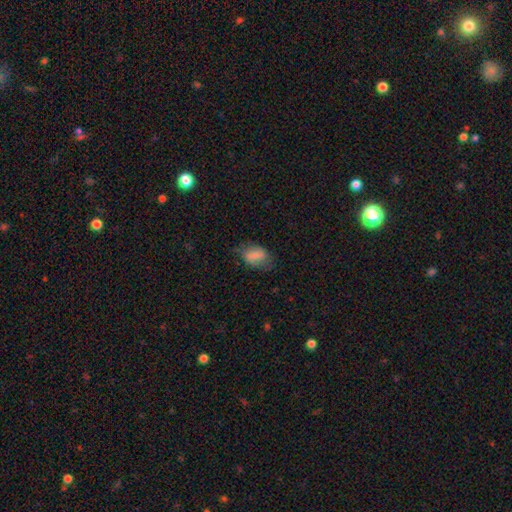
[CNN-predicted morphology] This appears to be a smooth galaxy with no disk features (73%) that is in between round and cigar-shaped (84%). Merging: none (58%).